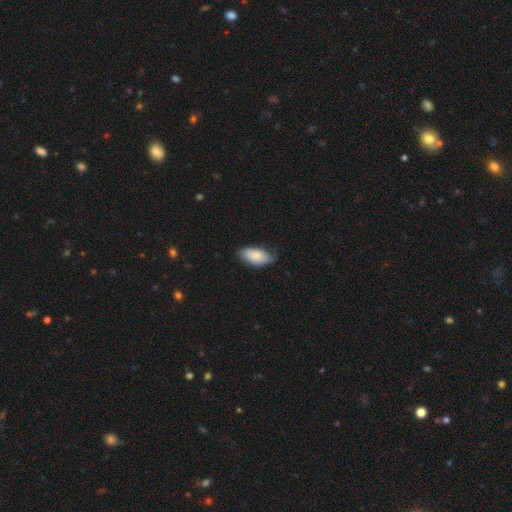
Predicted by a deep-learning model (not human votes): Overall: smooth (85%). How rounded: in between (93%). Merging: none (63%; minor disturbance 30%).